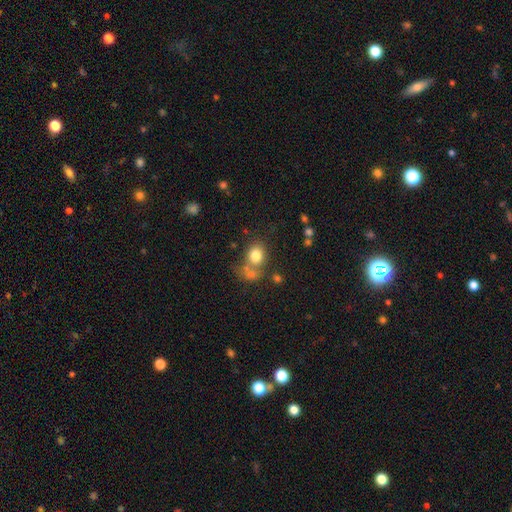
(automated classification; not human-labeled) Q: Smooth or featured?
A: smooth (78%); runner-up: star or artifact (12%)
Q: How rounded?
A: round (64%); runner-up: in between (35%)
Q: Merging?
A: none (55%); runner-up: merger (26%)